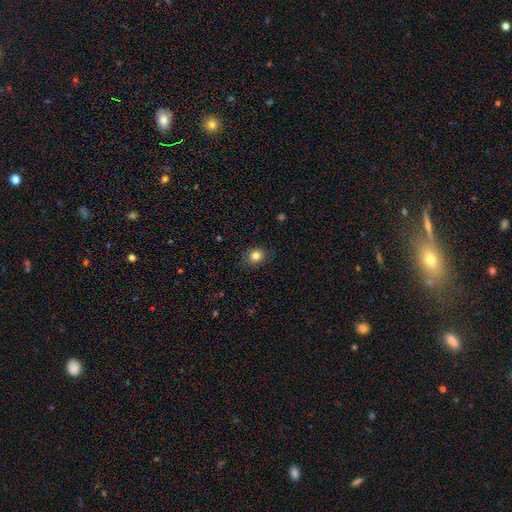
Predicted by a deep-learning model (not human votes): smooth 82%, star or artifact 11%, featured or disk 7%. Down the decision tree: how rounded — round (65%); merging — none (85%).